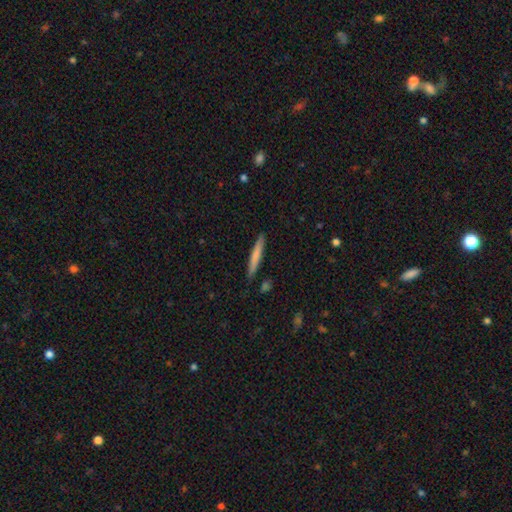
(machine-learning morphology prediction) This appears to be a smooth galaxy with no disk features (71%) that is cigar-shaped (95%). Merging: none (88%).